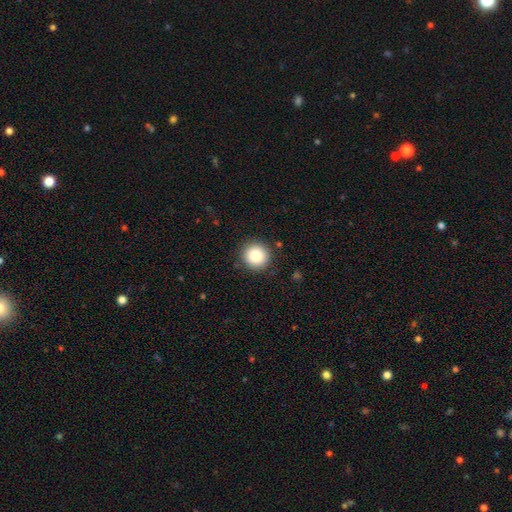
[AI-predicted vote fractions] Smooth or featured? smooth (85%)
How rounded? round (95%)
Merging? none (90%)